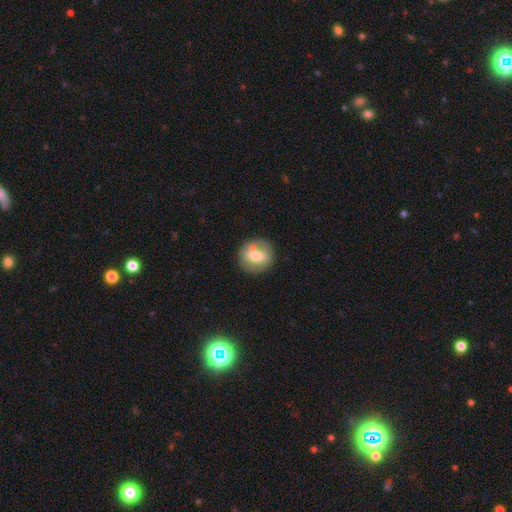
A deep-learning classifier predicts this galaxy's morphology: Smooth or featured? Predicted: smooth (p=0.54). How rounded? Predicted: round (p=0.87). Merging? Predicted: none (p=0.73).